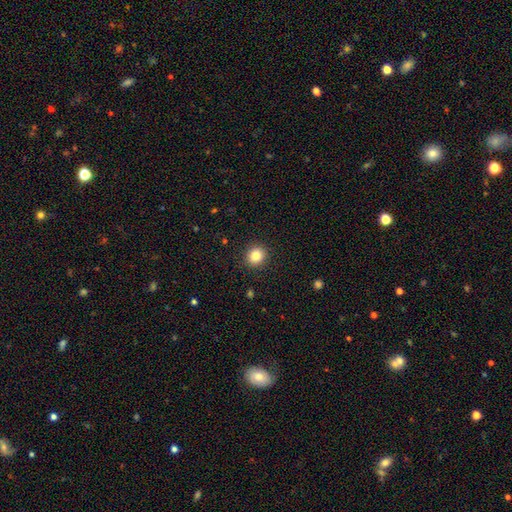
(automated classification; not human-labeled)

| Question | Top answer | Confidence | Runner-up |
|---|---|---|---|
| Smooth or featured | smooth | 83% | star or artifact (11%) |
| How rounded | round | 90% | in between (9%) |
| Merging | none | 92% | minor disturbance (5%) |